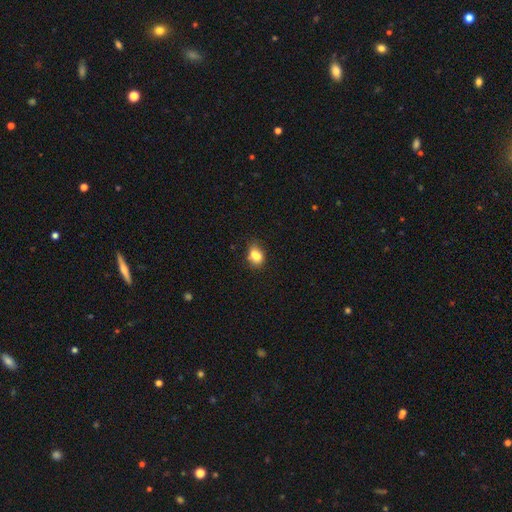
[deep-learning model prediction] Smooth or featured: smooth — 79% (star or artifact — 10%)
How rounded: in between — 66% (round — 33%)
Merging: none — 49% (minor disturbance — 28%)